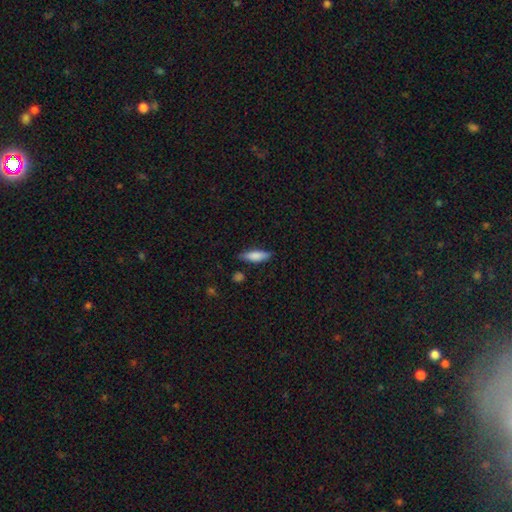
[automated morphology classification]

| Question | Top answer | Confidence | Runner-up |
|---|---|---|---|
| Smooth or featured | smooth | 81% | featured or disk (13%) |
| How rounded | cigar-shaped | 51% | in between (47%) |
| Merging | none | 81% | minor disturbance (15%) |